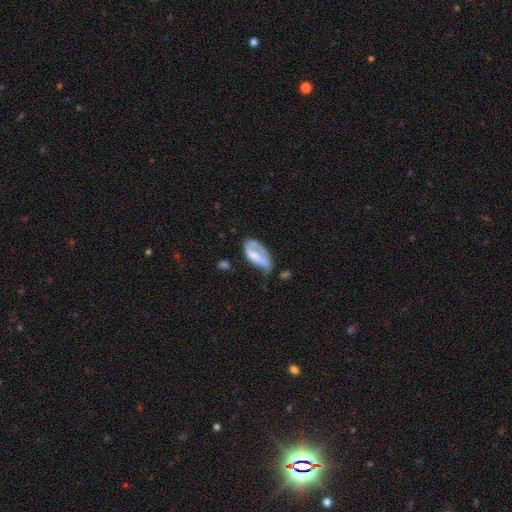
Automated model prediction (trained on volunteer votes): Smooth or featured? Predicted: smooth (p=0.47, tied with featured or disk). Merging? Predicted: major disturbance (p=0.36).